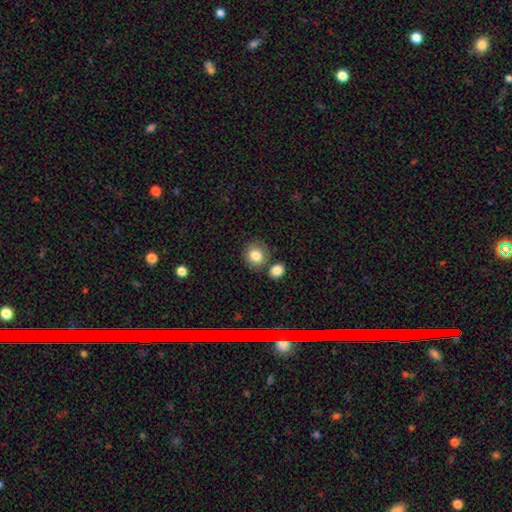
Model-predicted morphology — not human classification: The model was most divided on "merging": none: 72%, merger: 14%, minor disturbance: 11%, major disturbance: 3%. More confident: smooth or featured — smooth (82%); how rounded — round (79%).